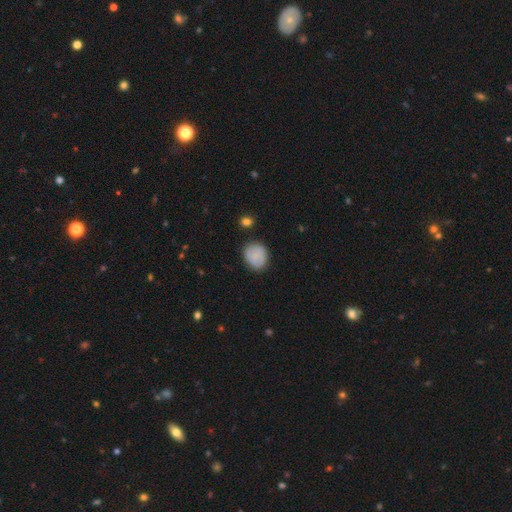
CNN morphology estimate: Smooth or featured? Predicted: smooth (p=0.81). How rounded? Predicted: round (p=0.66). Merging? Predicted: none (p=0.81).